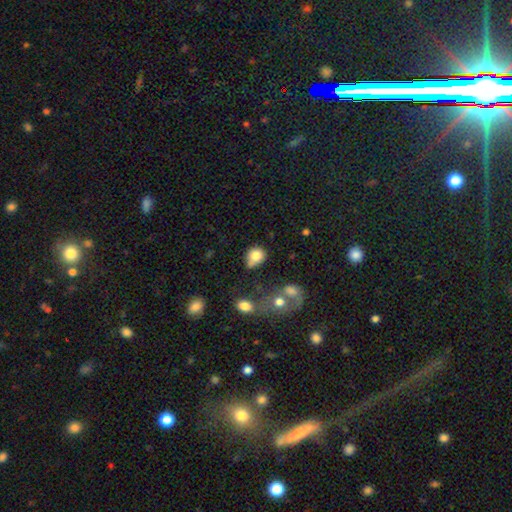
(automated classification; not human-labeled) Morphology: type=smooth (80%); roundness=round (68%); merging=none (46%).